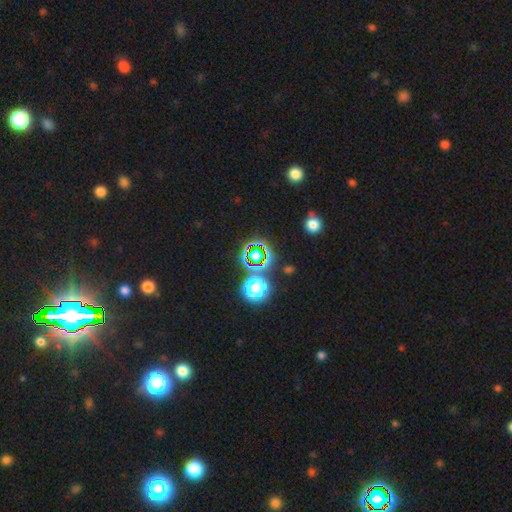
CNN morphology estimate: Smooth or featured: star or artifact — 73% (smooth — 18%)